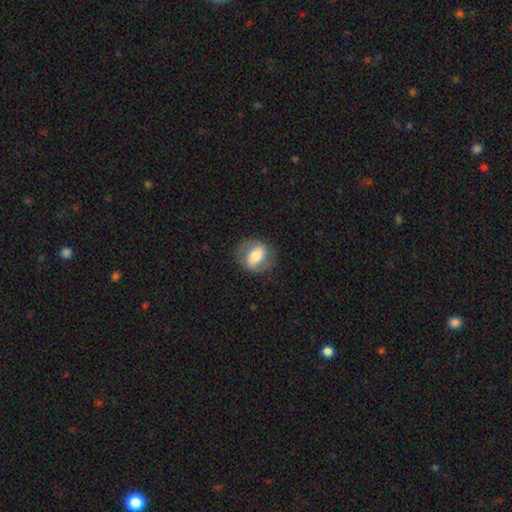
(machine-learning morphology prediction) Smooth or featured? smooth (51%)
How rounded? in between (50%)
Merging? none (80%)